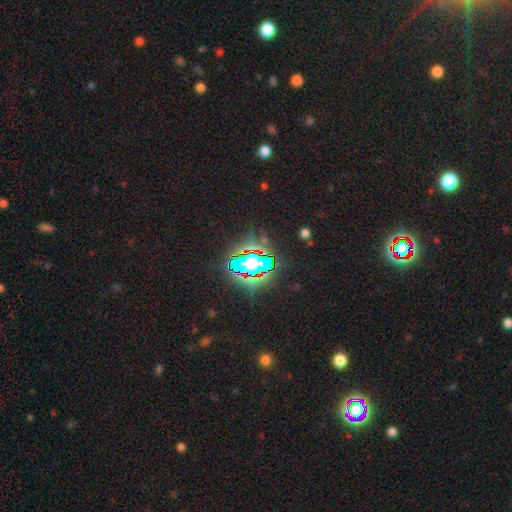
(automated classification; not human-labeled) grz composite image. It shows a star or artifact, not a galaxy (82%).